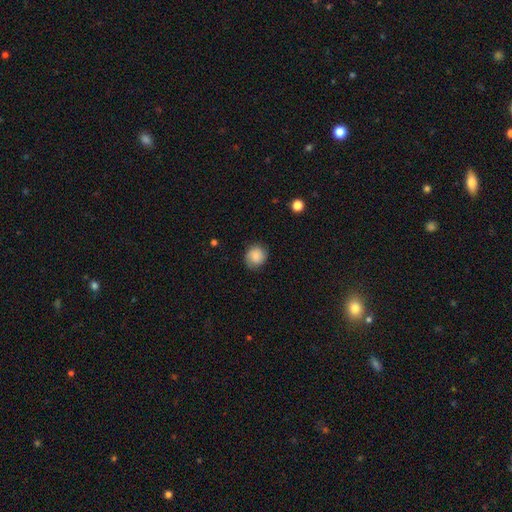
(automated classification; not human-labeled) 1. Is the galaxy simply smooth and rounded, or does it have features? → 78% smooth, 14% featured or disk, 8% star or artifact.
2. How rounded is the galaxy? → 82% round, 17% in between, 1% cigar-shaped.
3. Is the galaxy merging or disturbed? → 82% none, 14% minor disturbance, 3% major disturbance, 1% merger.